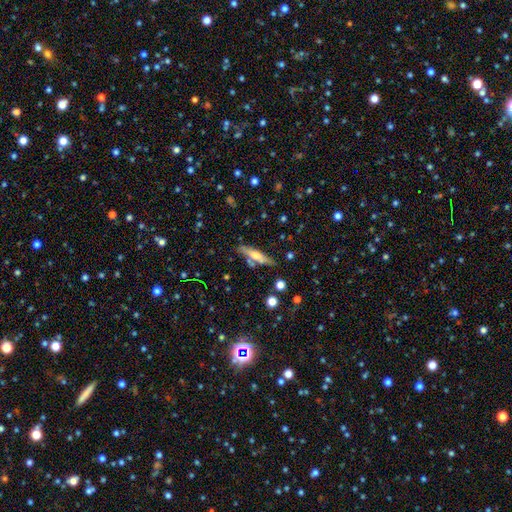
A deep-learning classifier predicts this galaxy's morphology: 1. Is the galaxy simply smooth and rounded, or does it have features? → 48% featured or disk, 45% smooth, 7% star or artifact.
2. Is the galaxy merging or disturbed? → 70% none, 16% minor disturbance, 9% merger, 4% major disturbance.